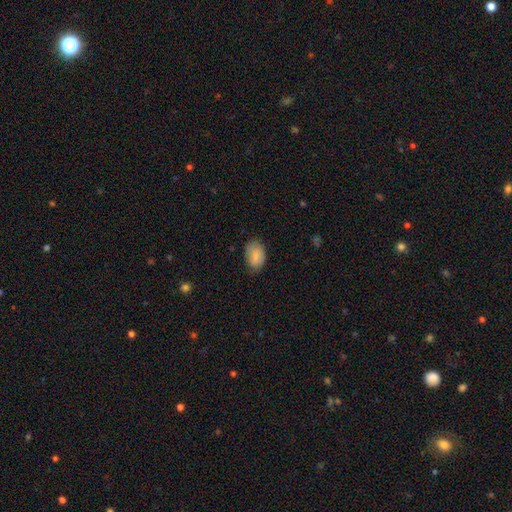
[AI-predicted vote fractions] Smooth or featured? smooth (85%)
How rounded? in between (88%)
Merging? none (73%)